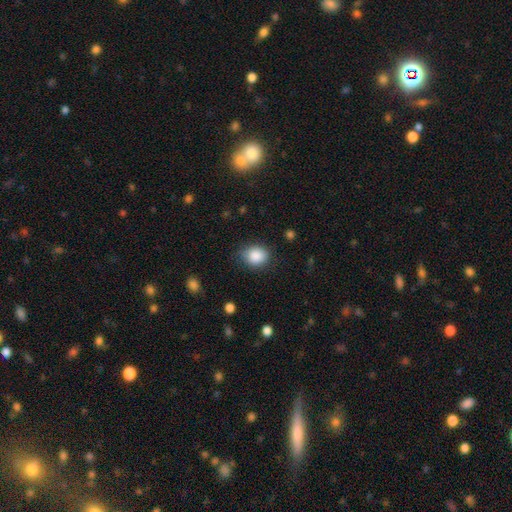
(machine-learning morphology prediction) smooth_or_featured: smooth (p=0.87) [alt: star or artifact p=0.08]
how_rounded: round (p=0.54) [alt: in between p=0.45]
merging: none (p=0.75) [alt: minor disturbance p=0.19]